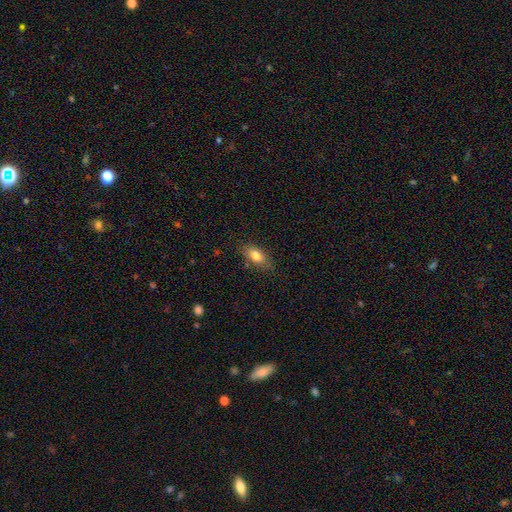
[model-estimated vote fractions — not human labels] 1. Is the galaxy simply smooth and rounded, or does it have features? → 79% smooth, 13% featured or disk, 8% star or artifact.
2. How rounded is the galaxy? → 85% in between, 9% cigar-shaped, 6% round.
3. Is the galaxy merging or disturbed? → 79% none, 16% minor disturbance, 4% major disturbance, 2% merger.